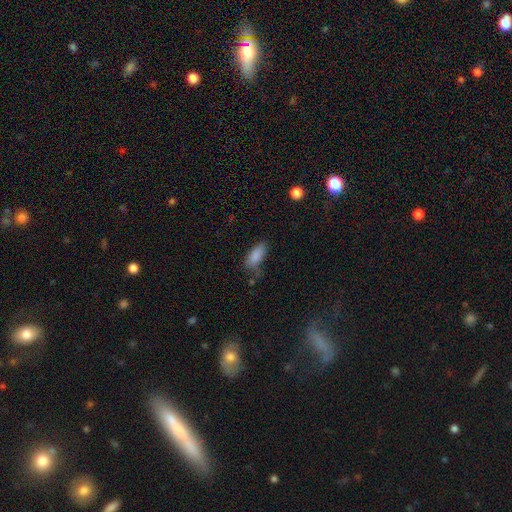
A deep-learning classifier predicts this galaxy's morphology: This appears to be a smooth galaxy with no disk features (86%) that is in between round and cigar-shaped (85%). Merging: none (58%).